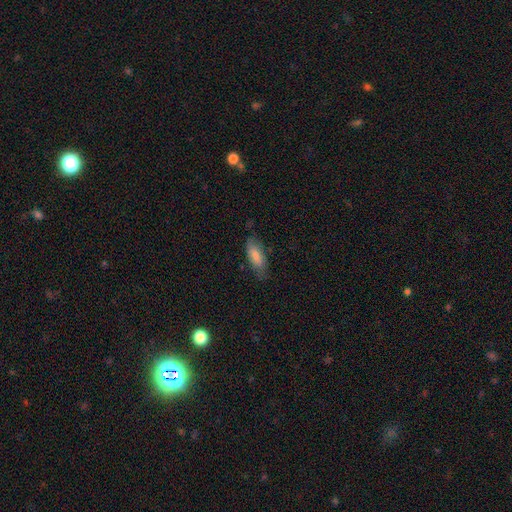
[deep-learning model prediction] Smooth or featured? Predicted: smooth (p=0.82). How rounded? Predicted: in between (p=0.74). Merging? Predicted: none (p=0.69).